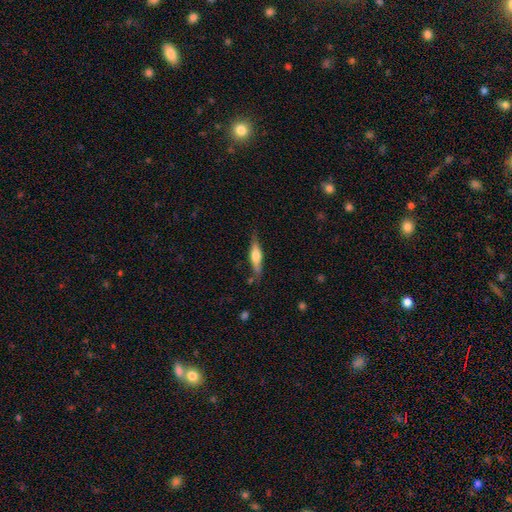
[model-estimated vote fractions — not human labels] Overall: featured or disk (47%, tied with smooth). Merging: none (77%).